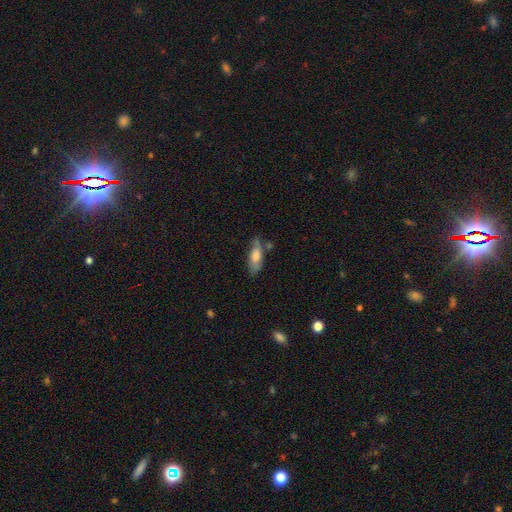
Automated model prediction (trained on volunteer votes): smooth 65%, featured or disk 27%, star or artifact 7%. Down the decision tree: how rounded — in between (78%); merging — none (56%).